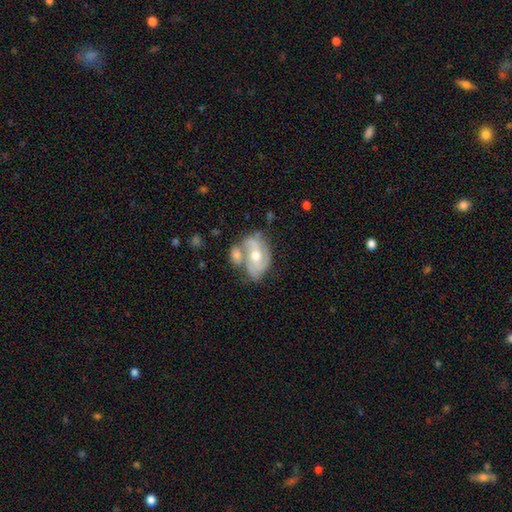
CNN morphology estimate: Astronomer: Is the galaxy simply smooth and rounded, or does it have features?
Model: featured or disk — 69%.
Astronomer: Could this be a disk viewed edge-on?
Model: no — 95%.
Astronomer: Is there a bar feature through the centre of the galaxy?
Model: no — 47% (runner-up: weak, 36%).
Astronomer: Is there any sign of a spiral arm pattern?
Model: yes — 75%.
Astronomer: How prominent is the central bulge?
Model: moderate — 73%.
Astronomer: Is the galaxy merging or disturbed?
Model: merger — 38% (runner-up: none, 35%).